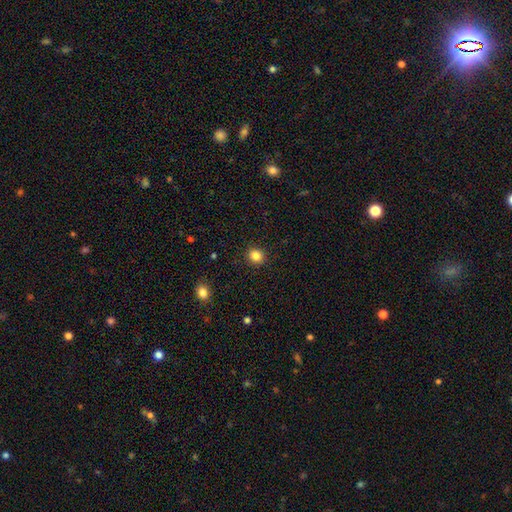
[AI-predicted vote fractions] Smooth or featured? Predicted: smooth (p=0.84). How rounded? Predicted: round (p=0.84). Merging? Predicted: none (p=0.92).